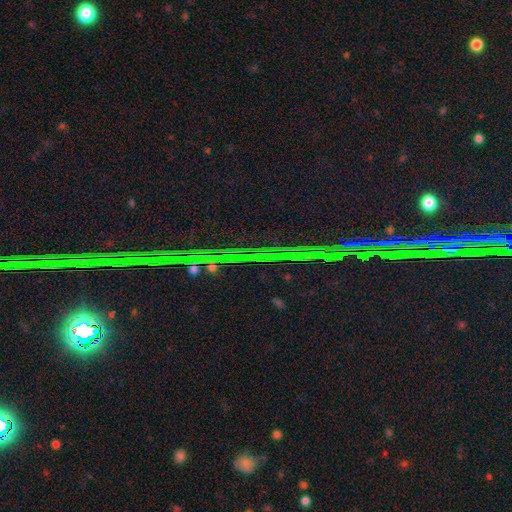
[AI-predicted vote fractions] Morphology: type=star or artifact (86%).